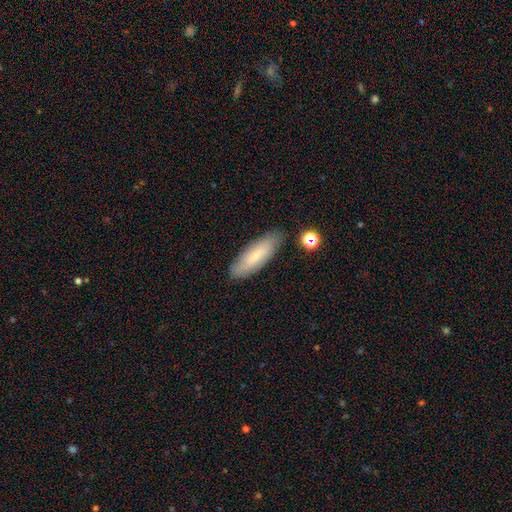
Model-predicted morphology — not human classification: Smooth or featured?
  - smooth: 68% *
  - featured or disk: 24%
  - star or artifact: 7%
How rounded?
  - in between: 53% *
  - cigar-shaped: 45%
  - round: 2%
Merging?
  - none: 82% *
  - minor disturbance: 12%
  - major disturbance: 3%
  - merger: 2%